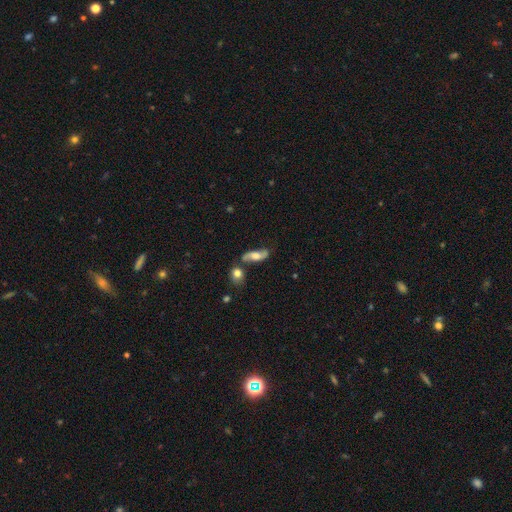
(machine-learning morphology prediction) Q: Smooth or featured?
A: featured or disk (60%); runner-up: smooth (32%)
Q: Edge-on disk?
A: no (80%); runner-up: yes (20%)
Q: Merging?
A: none (60%); runner-up: minor disturbance (18%)